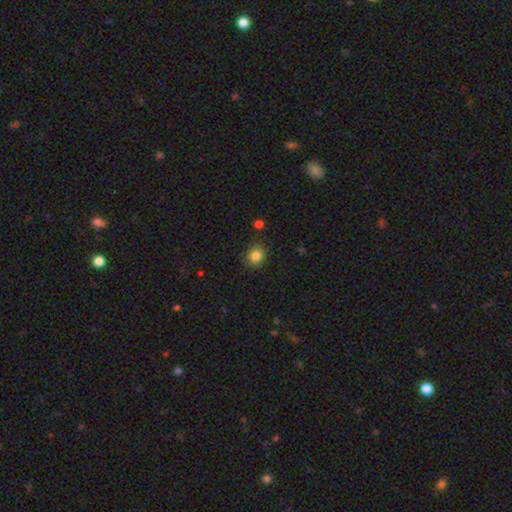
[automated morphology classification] Smooth or featured? smooth (84%)
How rounded? round (83%)
Merging? none (85%)